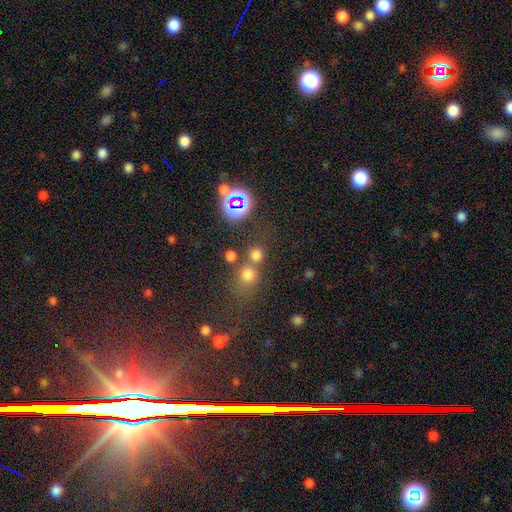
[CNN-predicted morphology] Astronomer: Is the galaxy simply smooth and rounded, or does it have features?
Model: star or artifact — 50% (runner-up: smooth, 40%).